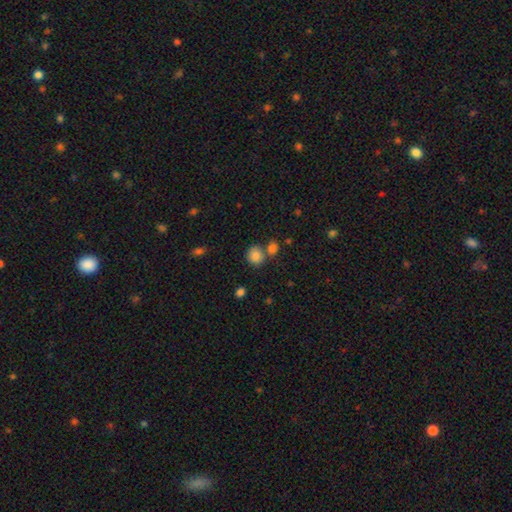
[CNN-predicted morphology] smooth-or-featured: smooth: 83% | star or artifact: 10% | featured or disk: 7%
  how-rounded: round: 81% | in between: 18% | cigar-shaped: 1%
  merging: none: 62% | merger: 25% | minor disturbance: 10% | major disturbance: 3%